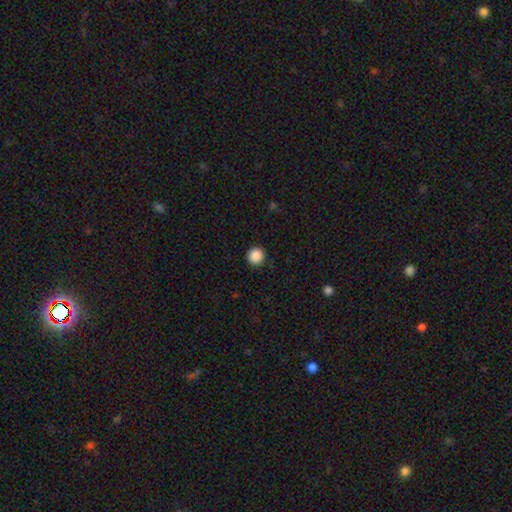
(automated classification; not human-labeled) This is clearly a smooth galaxy (88%). How rounded: clearly round (94%). Merging: clearly none (92%).